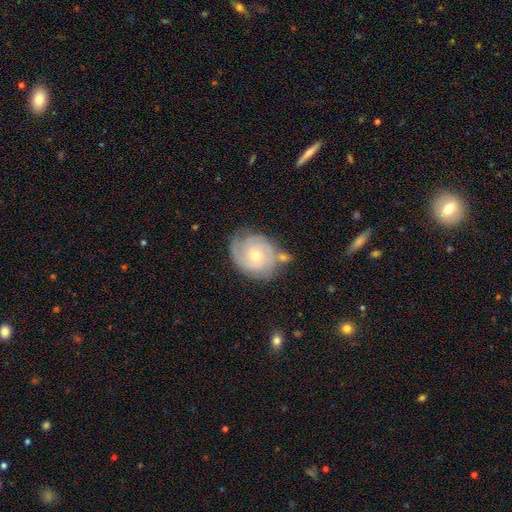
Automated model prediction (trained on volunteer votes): A featured or disk galaxy (81%) with no bar (73%), 2 (39%) tight (70%) spiral arms (95%) and a moderate central bulge (49%). Merging: none (73%).